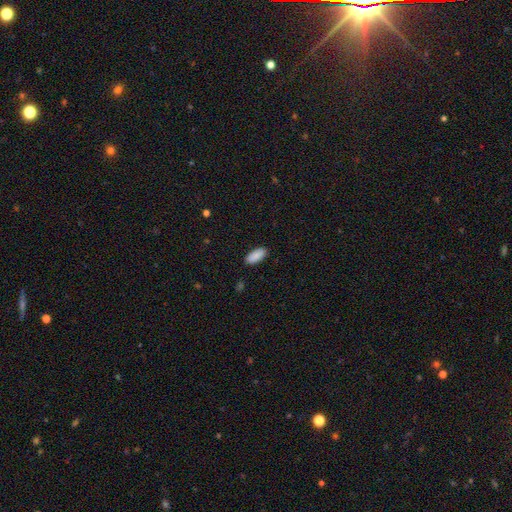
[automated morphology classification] smooth_or_featured: smooth (p=0.90) [alt: star or artifact p=0.06]
how_rounded: in between (p=0.88) [alt: cigar-shaped p=0.10]
merging: none (p=0.89) [alt: minor disturbance p=0.08]